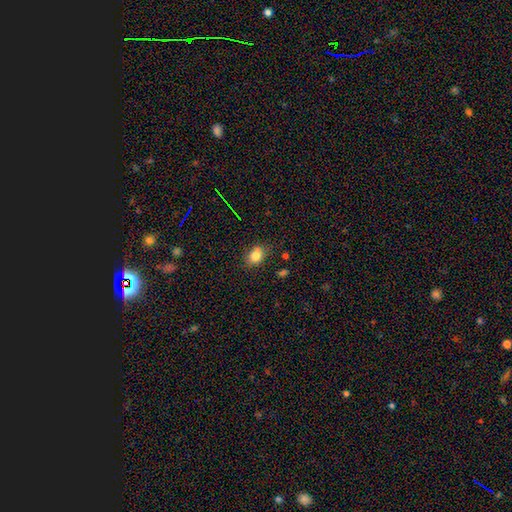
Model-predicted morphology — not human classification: Smooth or featured?
  - smooth: 80% *
  - star or artifact: 11%
  - featured or disk: 9%
How rounded?
  - in between: 64% *
  - round: 34%
  - cigar-shaped: 1%
Merging?
  - none: 79% *
  - minor disturbance: 16%
  - major disturbance: 3%
  - merger: 2%